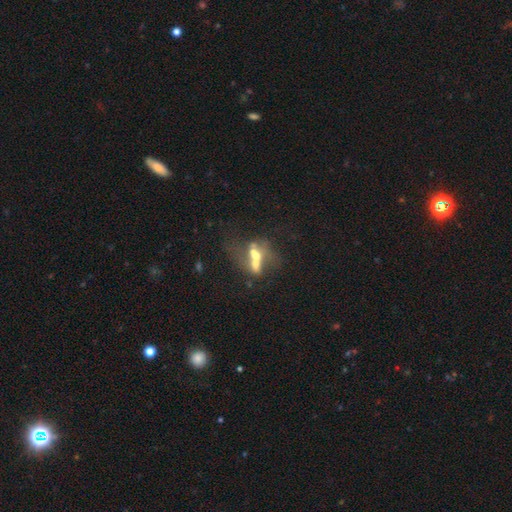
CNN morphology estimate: A featured or disk galaxy (45%).

Vote fractions:
- Smooth or featured? featured or disk: 45% / smooth: 40% / star or artifact: 15%
- Merging? merger: 63% / none: 20% / major disturbance: 9% / minor disturbance: 7%